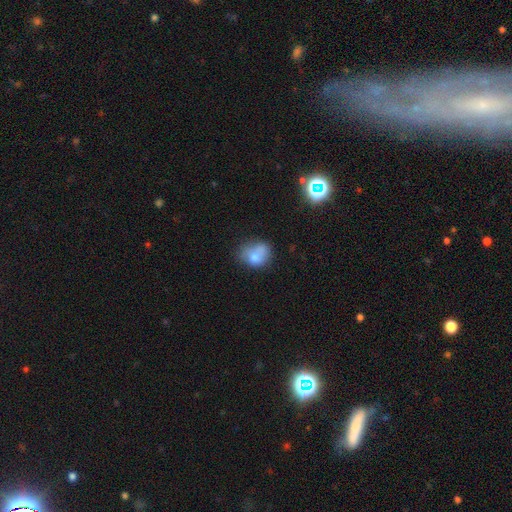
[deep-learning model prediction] The model was most divided on "merging" (2-way tie): none: 33%, merger: 33%, minor disturbance: 22%, major disturbance: 12%. More confident: smooth or featured — smooth (69%); how rounded — round (54%).